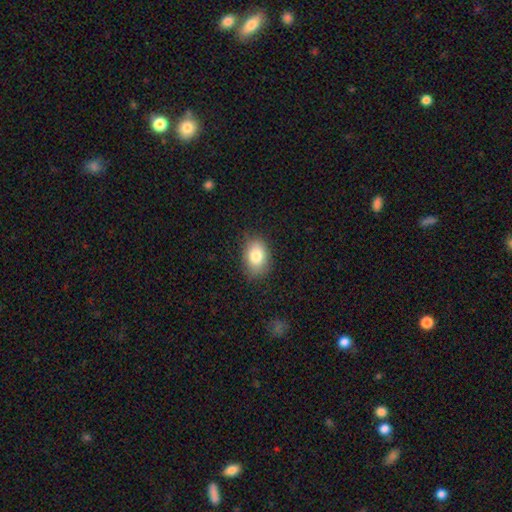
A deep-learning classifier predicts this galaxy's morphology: This appears to be a smooth galaxy with no disk features (82%) that is in between round and cigar-shaped (76%). Merging: none (81%).